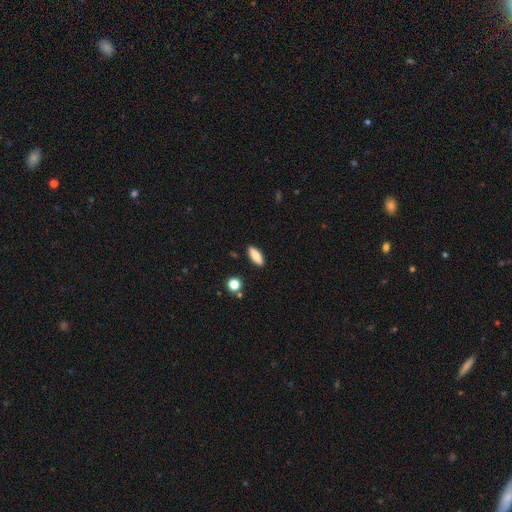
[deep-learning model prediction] smooth-or-featured: smooth: 85% | featured or disk: 9% | star or artifact: 7%
  how-rounded: in between: 54% | cigar-shaped: 43% | round: 2%
  merging: none: 89% | minor disturbance: 8% | major disturbance: 2% | merger: 2%